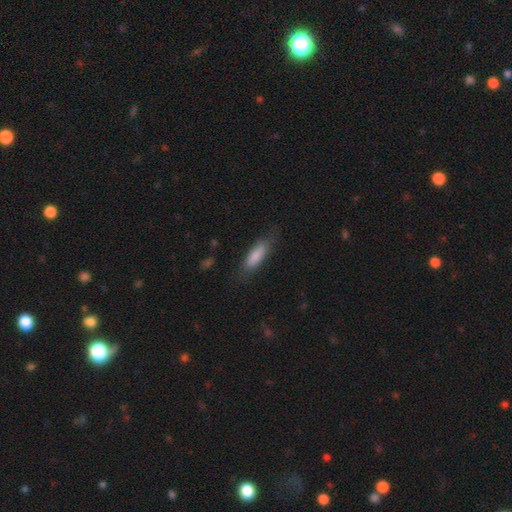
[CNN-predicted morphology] A smooth galaxy with no disk features (83%) that is in between round and cigar-shaped (52%).

Vote fractions:
- Smooth or featured? smooth: 83% / featured or disk: 11% / star or artifact: 6%
- How rounded? in between: 52% / cigar-shaped: 46% / round: 2%
- Merging? none: 75% / minor disturbance: 18% / major disturbance: 6% / merger: 1%